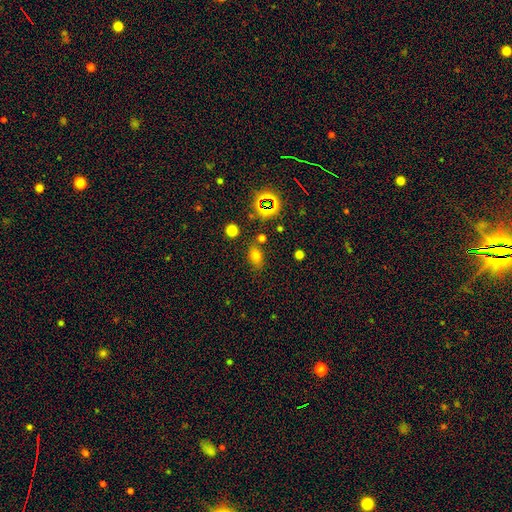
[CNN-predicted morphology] smooth_or_featured: smooth (p=0.70) [alt: star or artifact p=0.21]
how_rounded: in between (p=0.77) [alt: round p=0.20]
merging: none (p=0.75) [alt: minor disturbance p=0.13]